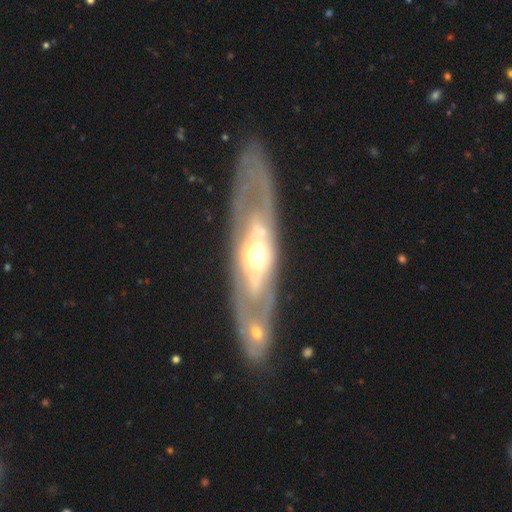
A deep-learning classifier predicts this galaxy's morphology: This appears to be a featured or disk galaxy (77%) with no bar (76%), no spiral arms (63%) and a moderate central bulge (65%). Merging: none (77%).